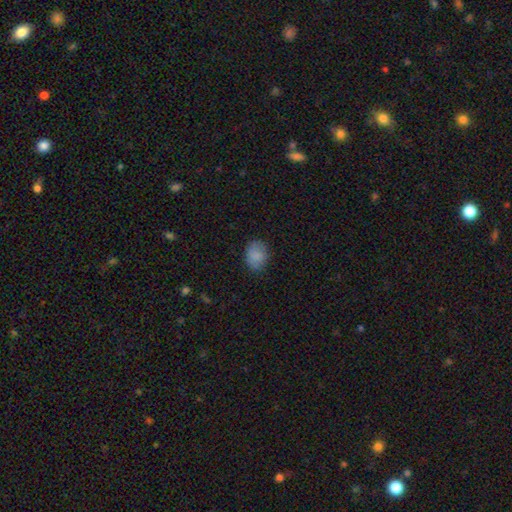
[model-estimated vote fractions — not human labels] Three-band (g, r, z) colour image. It shows a smooth galaxy with no disk features (85%) that is in between round and cigar-shaped (58%). Merging: none (79%).